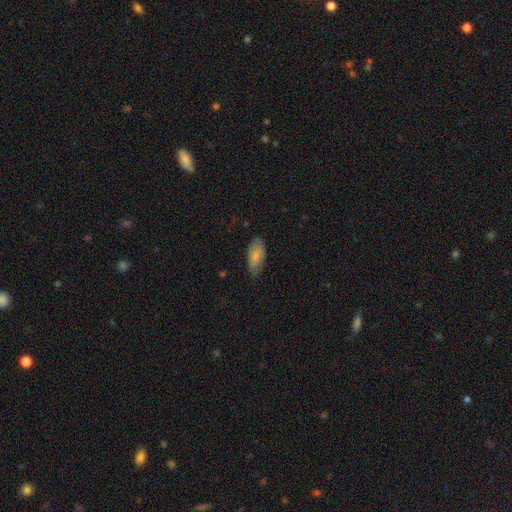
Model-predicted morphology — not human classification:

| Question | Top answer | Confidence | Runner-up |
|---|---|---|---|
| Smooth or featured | smooth | 82% | featured or disk (12%) |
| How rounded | in between | 88% | cigar-shaped (10%) |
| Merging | none | 74% | minor disturbance (22%) |